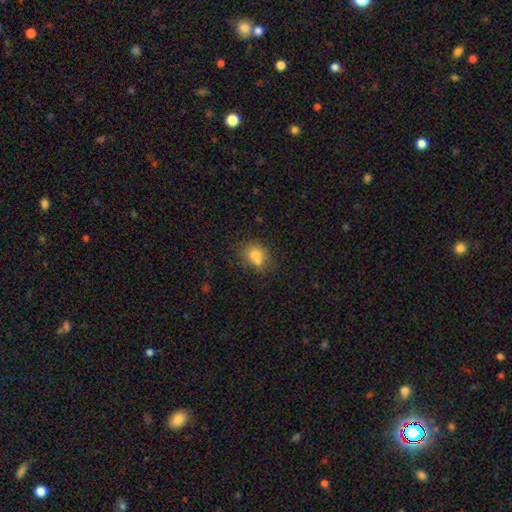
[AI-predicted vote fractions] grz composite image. It shows a smooth galaxy with no disk features (76%) that is round (58%). Merging: none (48%).